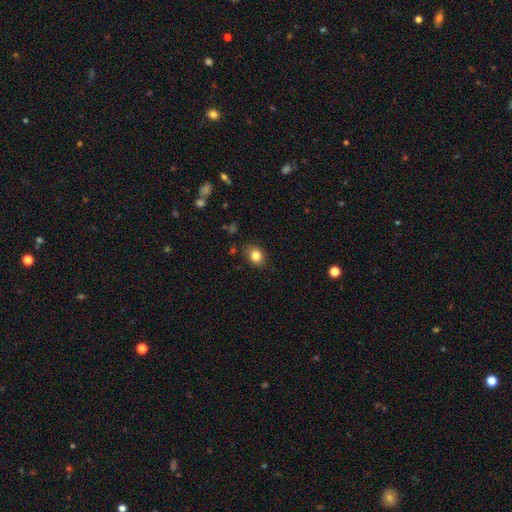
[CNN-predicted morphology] This appears to be a smooth galaxy with no disk features (82%) that is round (58%). Merging: none (85%).